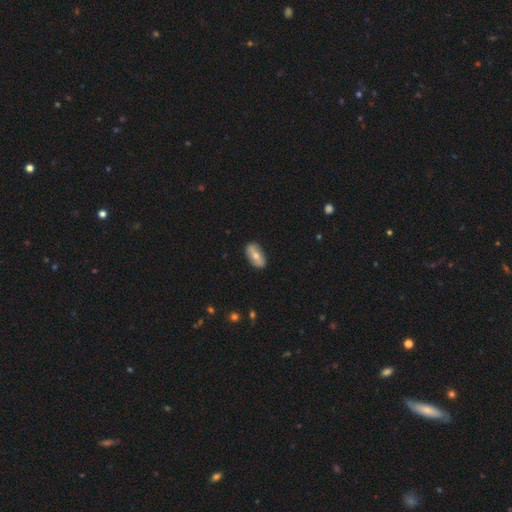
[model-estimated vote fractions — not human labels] Smooth or featured? Predicted: smooth (p=0.53). How rounded? Predicted: in between (p=0.89). Merging? Predicted: none (p=0.86).